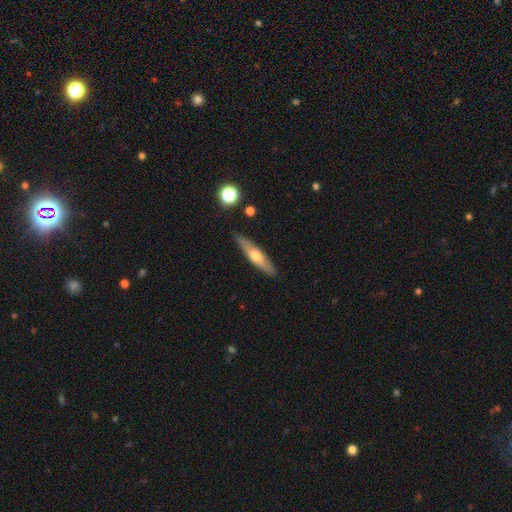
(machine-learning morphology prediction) The model was most divided on "smooth or featured" (2-way tie): smooth: 47%, featured or disk: 47%, star or artifact: 6%. More confident: merging — none (85%).